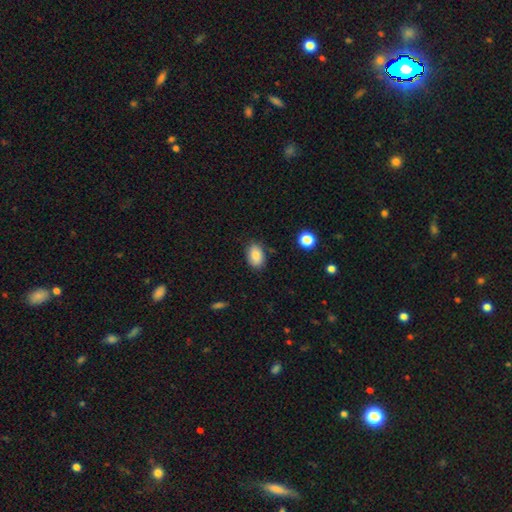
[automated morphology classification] Smooth or featured?
  - smooth: 85% *
  - star or artifact: 8%
  - featured or disk: 7%
How rounded?
  - in between: 86% *
  - round: 13%
  - cigar-shaped: 1%
Merging?
  - none: 82% *
  - minor disturbance: 14%
  - major disturbance: 3%
  - merger: 2%